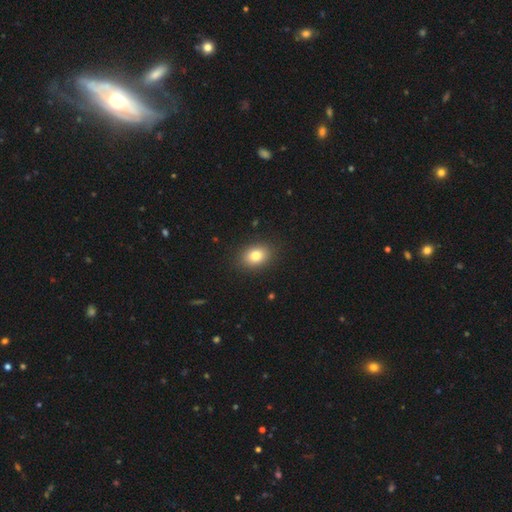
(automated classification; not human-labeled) Q: Smooth or featured?
A: smooth (81%); runner-up: star or artifact (10%)
Q: How rounded?
A: in between (67%); runner-up: round (32%)
Q: Merging?
A: none (89%); runner-up: minor disturbance (8%)